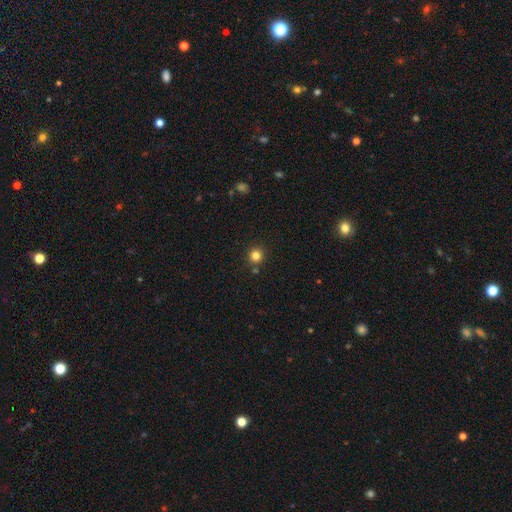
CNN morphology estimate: Smooth or featured?
  - smooth: 82% *
  - star or artifact: 14%
  - featured or disk: 5%
How rounded?
  - round: 94% *
  - in between: 5%
  - cigar-shaped: 1%
Merging?
  - none: 87% *
  - minor disturbance: 6%
  - merger: 5%
  - major disturbance: 2%